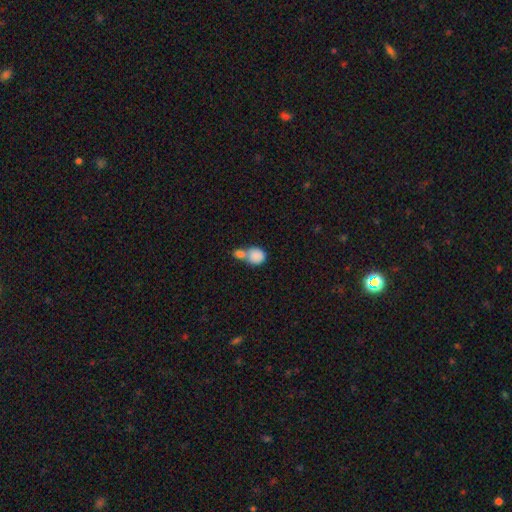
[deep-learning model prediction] Smooth or featured? Predicted: smooth (p=0.85). How rounded? Predicted: round (p=0.75). Merging? Predicted: merger (p=0.63).